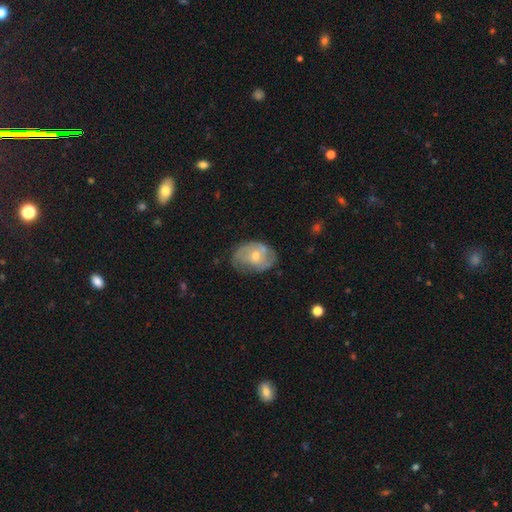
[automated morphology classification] This appears to be a featured or disk galaxy (64%) with no bar (70%), spiral arms (76%) and a moderate central bulge (54%). Merging: none (65%).